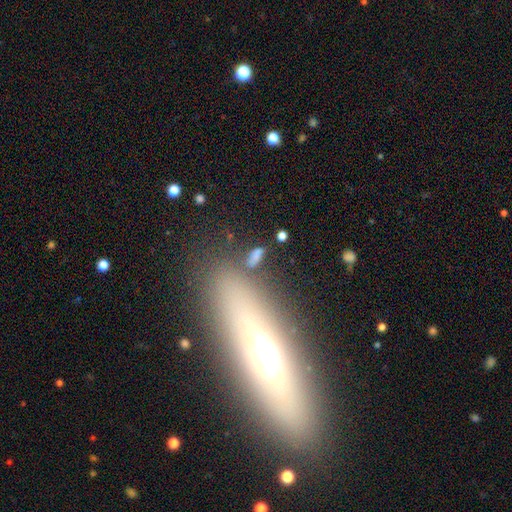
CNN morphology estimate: This is likely a smooth galaxy (66%). How rounded: likely in between (75%). Merging: possibly none (60%).